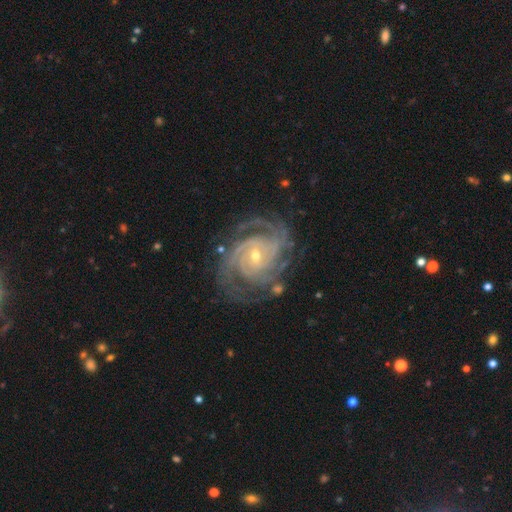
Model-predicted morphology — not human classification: type=featured or disk (92%); edge-on=no (98%); bar=no (58%); spiral arms=yes (98%); winding=tight (72%); arm count=3 (29%); bulge=small (62%); merging=none (74%).